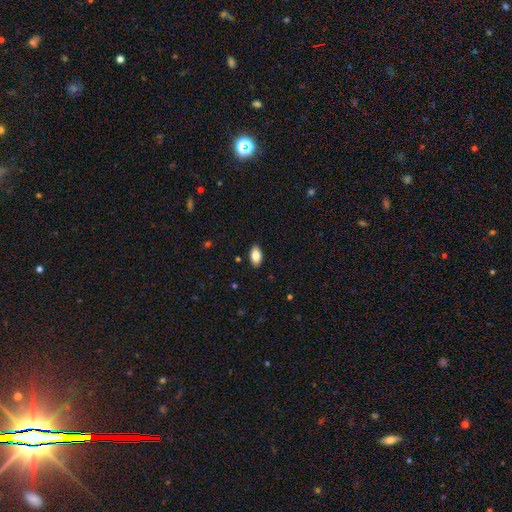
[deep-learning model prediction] Smooth or featured?
  - smooth: 84% *
  - featured or disk: 9%
  - star or artifact: 7%
How rounded?
  - in between: 93% *
  - round: 4%
  - cigar-shaped: 3%
Merging?
  - none: 89% *
  - minor disturbance: 9%
  - major disturbance: 2%
  - merger: 1%